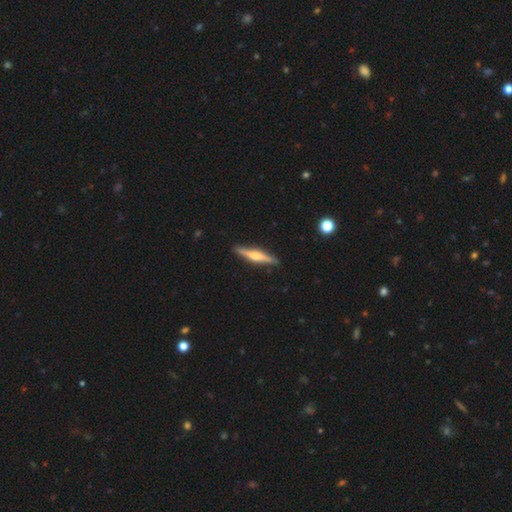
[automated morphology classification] A featured or disk galaxy (62%) viewed edge-on (97%) with a rounded central bulge (77%). Merging: none (90%).